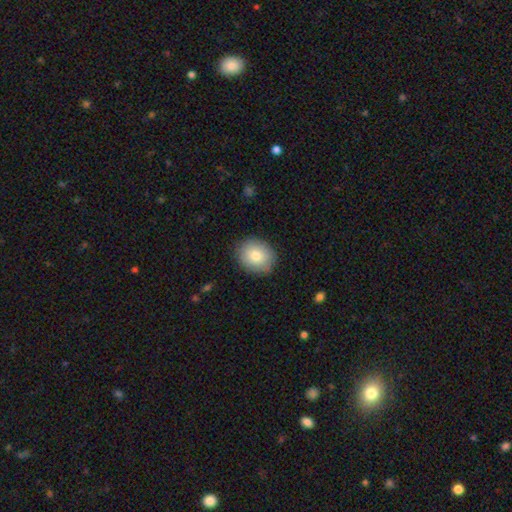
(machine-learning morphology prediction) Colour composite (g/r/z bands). It shows a smooth galaxy with no disk features (81%) that is round (58%). Merging: none (87%).